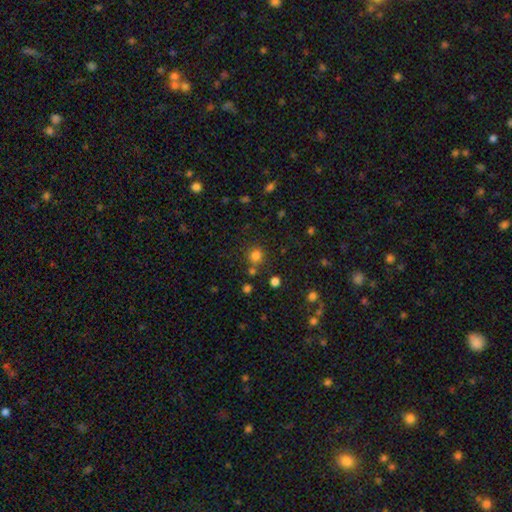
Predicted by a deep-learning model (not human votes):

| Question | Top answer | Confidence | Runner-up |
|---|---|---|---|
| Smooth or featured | smooth | 78% | star or artifact (17%) |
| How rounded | round | 88% | in between (11%) |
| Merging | none | 74% | merger (13%) |